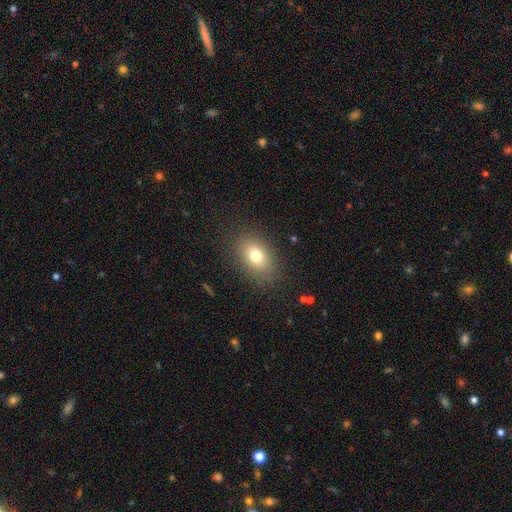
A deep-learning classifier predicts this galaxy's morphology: Smooth or featured?
  - smooth: 76% *
  - featured or disk: 13%
  - star or artifact: 11%
How rounded?
  - in between: 81% *
  - round: 17%
  - cigar-shaped: 2%
Merging?
  - none: 84% *
  - minor disturbance: 10%
  - major disturbance: 4%
  - merger: 1%